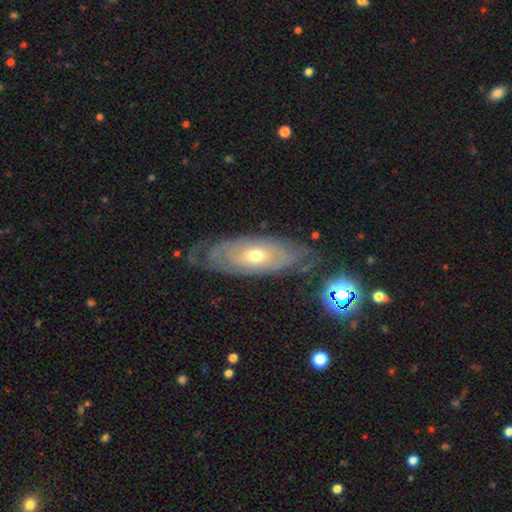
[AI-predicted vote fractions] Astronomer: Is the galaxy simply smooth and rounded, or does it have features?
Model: featured or disk — 70%.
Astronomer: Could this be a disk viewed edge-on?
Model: no — 85%.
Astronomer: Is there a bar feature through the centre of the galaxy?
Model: no — 80%.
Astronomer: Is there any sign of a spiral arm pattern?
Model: yes — 73%.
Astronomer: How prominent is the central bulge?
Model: moderate — 60%.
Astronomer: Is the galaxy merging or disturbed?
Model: none — 69%.